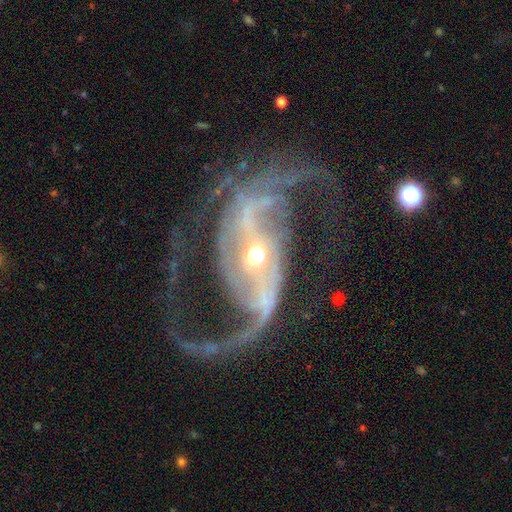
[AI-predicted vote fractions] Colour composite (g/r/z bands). It shows a featured or disk galaxy (93%) with a strong bar (57%), 2 (88%) loose (47%) spiral arms (98%) and a moderate central bulge (49%). Merging: none (65%).